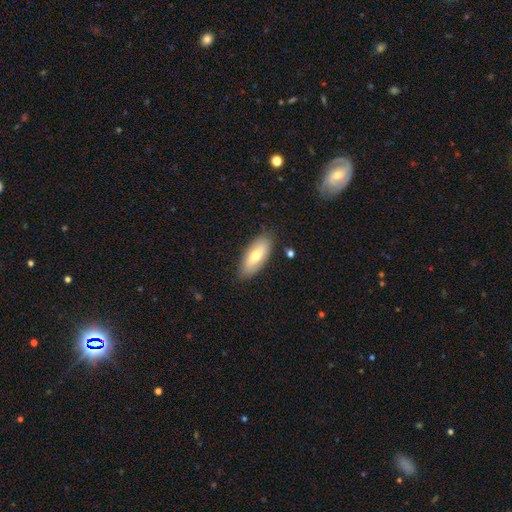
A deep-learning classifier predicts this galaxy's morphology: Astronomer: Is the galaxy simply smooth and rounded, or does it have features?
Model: smooth — 68%.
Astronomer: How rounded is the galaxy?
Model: in between — 82%.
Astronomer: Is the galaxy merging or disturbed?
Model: none — 85%.